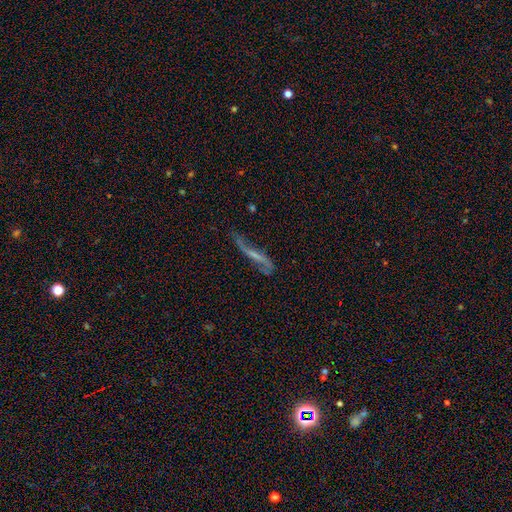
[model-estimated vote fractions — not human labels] smooth-or-featured: featured or disk: 68% | smooth: 22% | star or artifact: 10%
  disk-edge-on: no: 67% | yes: 33%
  merging: none: 44% | major disturbance: 25% | minor disturbance: 24% | merger: 6%